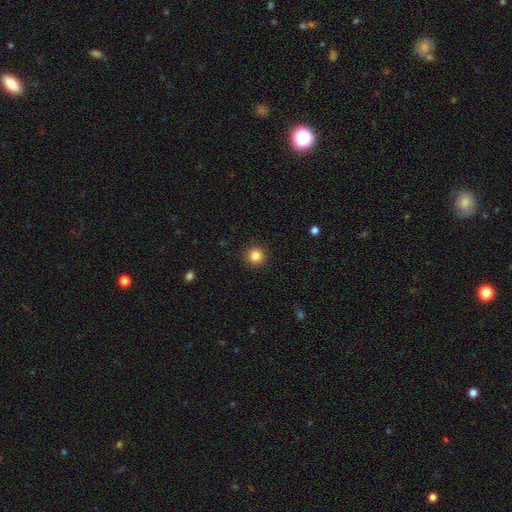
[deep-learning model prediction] The model was most divided on "smooth or featured": smooth: 84%, star or artifact: 11%, featured or disk: 5%. More confident: how rounded — round (95%); merging — none (92%).